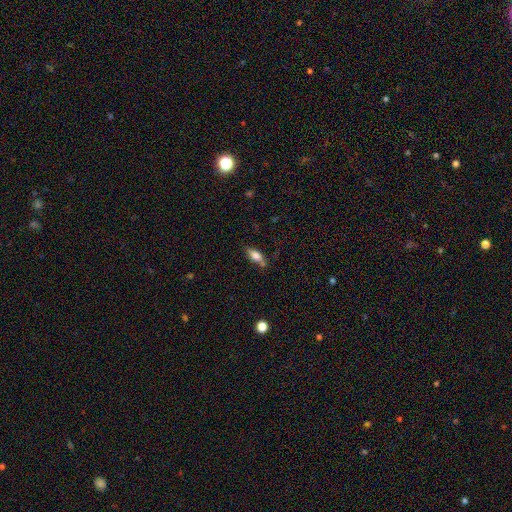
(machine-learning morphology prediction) Q: Smooth or featured?
A: smooth (73%); runner-up: featured or disk (19%)
Q: How rounded?
A: in between (76%); runner-up: cigar-shaped (21%)
Q: Merging?
A: none (66%); runner-up: minor disturbance (21%)